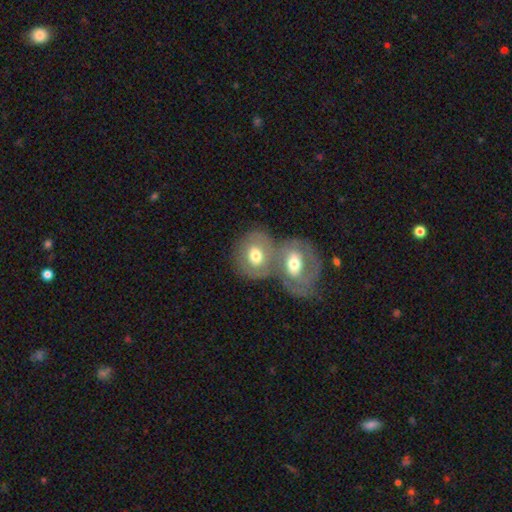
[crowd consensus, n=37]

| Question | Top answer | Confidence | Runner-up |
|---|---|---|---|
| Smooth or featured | smooth | 65% | featured or disk (30%) |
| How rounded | round | 75% | in between (21%) |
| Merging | merger | 77% | none (17%) |